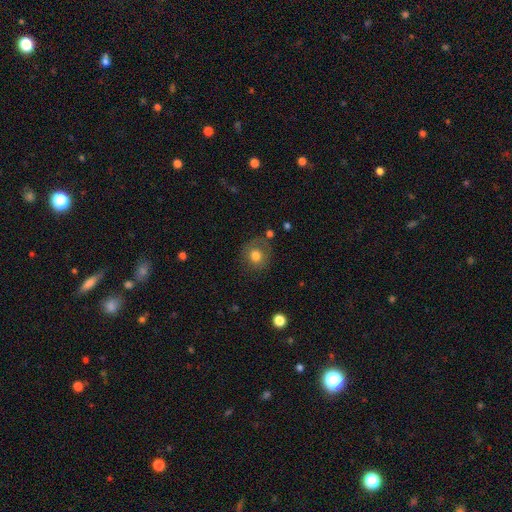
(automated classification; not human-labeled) Smooth or featured? smooth (74%)
How rounded? round (84%)
Merging? none (72%)